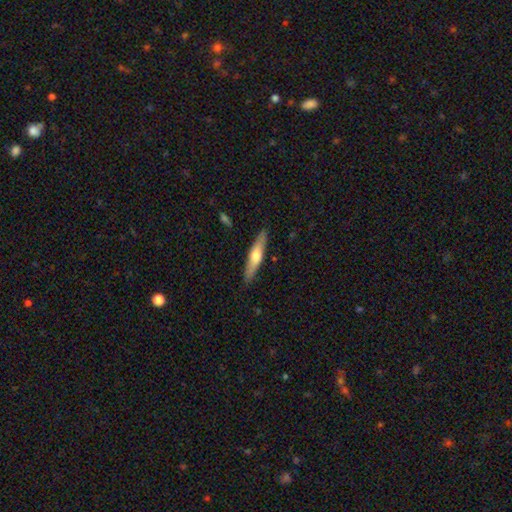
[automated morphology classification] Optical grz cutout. It shows a smooth galaxy with no disk features (50%). Merging: none (88%).